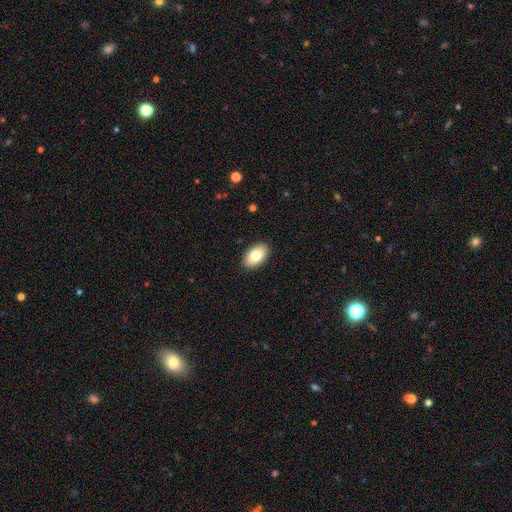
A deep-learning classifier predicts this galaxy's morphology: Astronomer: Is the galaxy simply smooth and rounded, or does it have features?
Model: smooth — 79%.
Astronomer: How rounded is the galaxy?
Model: in between — 93%.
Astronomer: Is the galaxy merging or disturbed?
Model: none — 90%.